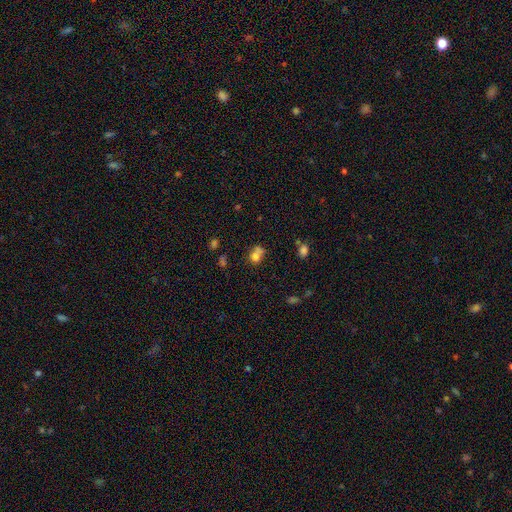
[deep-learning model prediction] Overall: smooth (74%). How rounded: round (61%; in between 38%). Merging: merger (47%; none 32%).